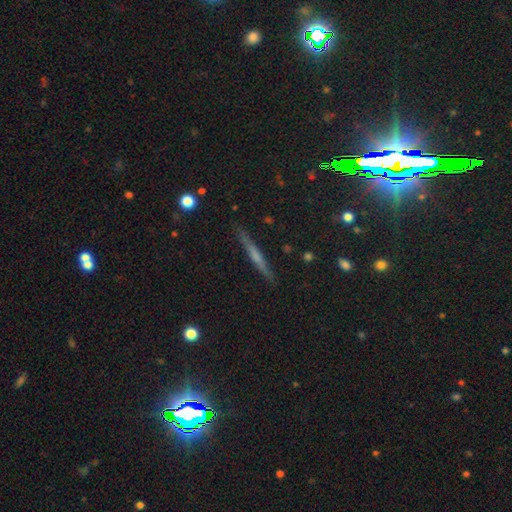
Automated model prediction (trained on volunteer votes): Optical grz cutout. It shows a featured or disk galaxy (57%) viewed edge-on (97%) with no central bulge (51%). Merging: none (90%).